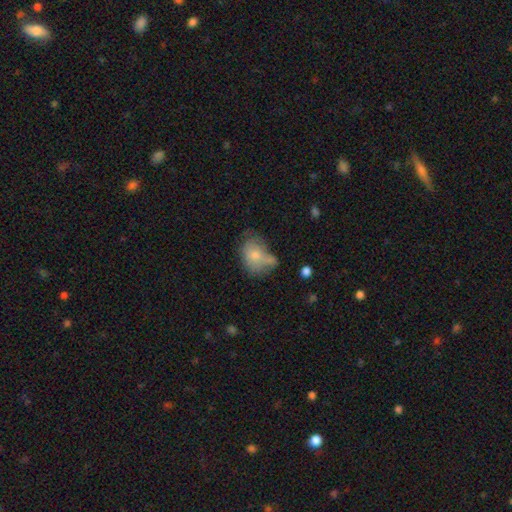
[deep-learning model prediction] A smooth galaxy with no disk features (72%) that is in between round and cigar-shaped (71%). Merging: none (33%).